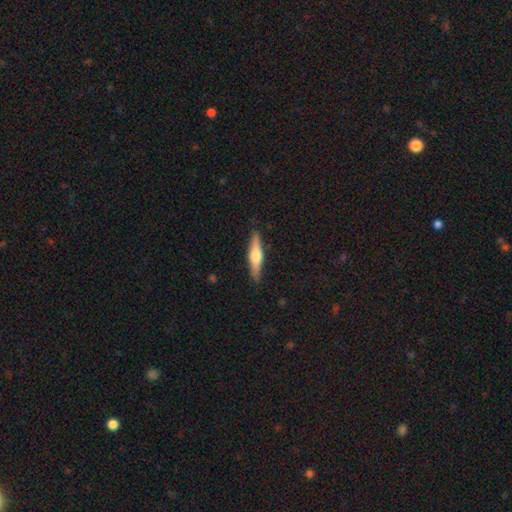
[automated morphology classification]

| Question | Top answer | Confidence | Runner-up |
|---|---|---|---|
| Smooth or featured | featured or disk | 57% | smooth (38%) |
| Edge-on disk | yes | 96% | no (4%) |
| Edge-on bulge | rounded | 92% | boxy (5%) |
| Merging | none | 89% | minor disturbance (8%) |